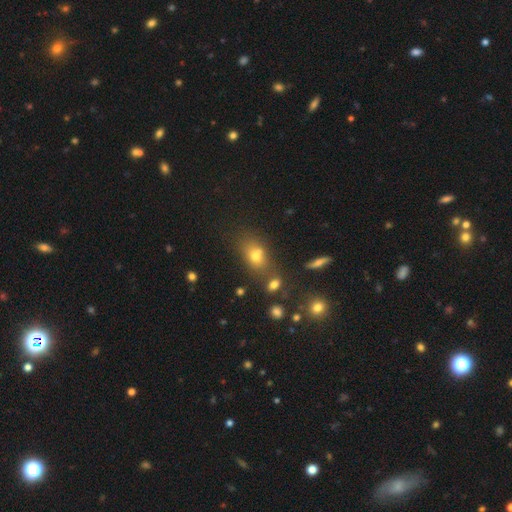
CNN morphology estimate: smooth-or-featured: smooth: 65% | star or artifact: 21% | featured or disk: 14%
  how-rounded: in between: 65% | round: 30% | cigar-shaped: 5%
  merging: none: 58% | merger: 21% | minor disturbance: 15% | major disturbance: 6%